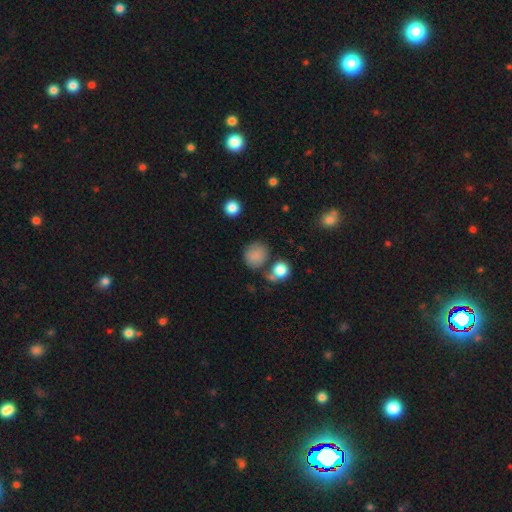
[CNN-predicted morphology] Overall: smooth (83%). How rounded: round (81%). Merging: none (63%).